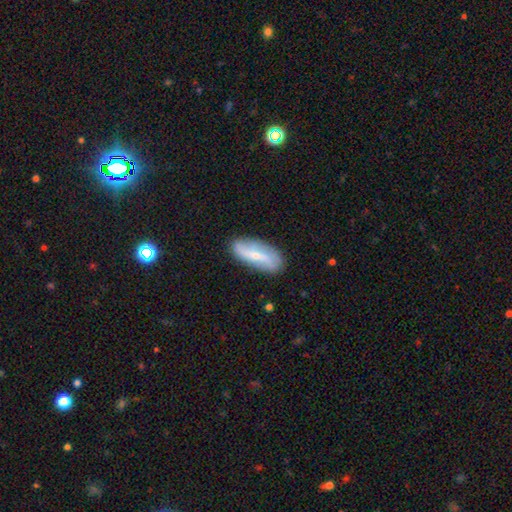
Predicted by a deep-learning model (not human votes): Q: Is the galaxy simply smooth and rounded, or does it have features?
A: featured or disk — 62%.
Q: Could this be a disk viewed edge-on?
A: no — 84%.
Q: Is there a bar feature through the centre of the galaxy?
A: weak — 36%.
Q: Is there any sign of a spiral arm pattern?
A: yes — 79%.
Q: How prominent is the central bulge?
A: small — 69%.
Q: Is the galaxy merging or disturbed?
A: none — 82%.